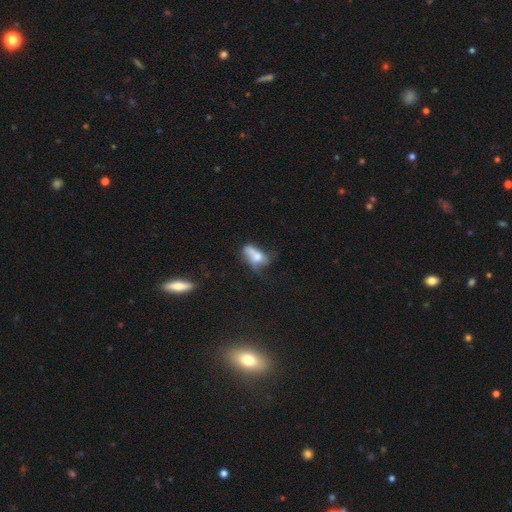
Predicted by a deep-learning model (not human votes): A smooth galaxy with no disk features (55%) that is in between round and cigar-shaped (80%). Merging: major disturbance (34%).